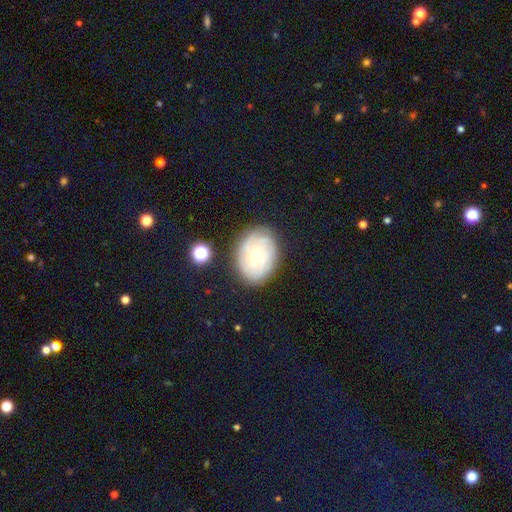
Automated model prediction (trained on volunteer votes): A featured or disk galaxy (71%) with no bar (80%), tight (74%) spiral arms (90%) and a small central bulge (52%).

Vote fractions:
- Smooth or featured? featured or disk: 71% / smooth: 20% / star or artifact: 9%
- Edge-on disk? no: 97% / yes: 3%
- Bar? no: 80% / weak: 17% / strong: 3%
- Spiral arms? yes: 90% / no: 10%
- Spiral winding? tight: 74% / medium: 20% / loose: 6%
- Spiral arm count? can't tell: 48% / 4: 14% / 3: 13% / 2: 10% / more than 4: 9% / 1: 6%
- Bulge size? small: 52% / moderate: 44% / large: 2% / none: 1% / dominant: 1%
- Merging? none: 80% / minor disturbance: 14% / major disturbance: 4% / merger: 2%